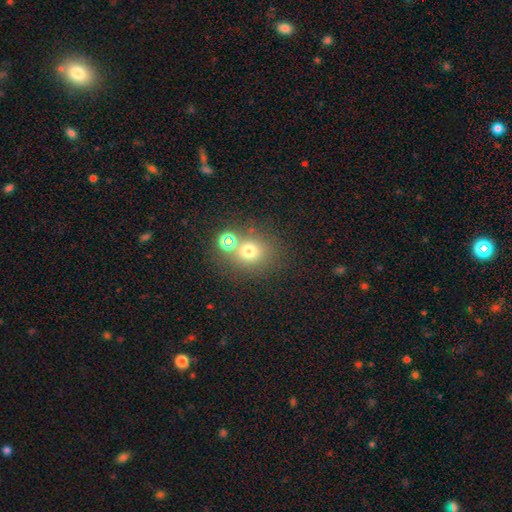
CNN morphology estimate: A smooth galaxy with no disk features (62%) that is round (75%).

Vote fractions:
- Smooth or featured? smooth: 62% / star or artifact: 27% / featured or disk: 11%
- How rounded? round: 75% / in between: 24% / cigar-shaped: 1%
- Merging? none: 59% / merger: 31% / minor disturbance: 7% / major disturbance: 3%